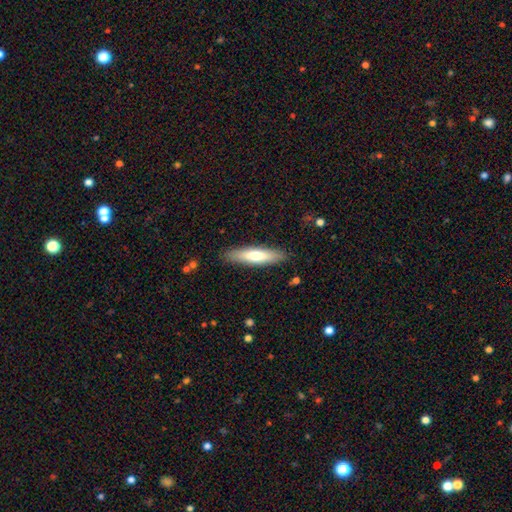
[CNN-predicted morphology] Smooth or featured? Predicted: smooth (p=0.68). How rounded? Predicted: cigar-shaped (p=0.76). Merging? Predicted: none (p=0.88).